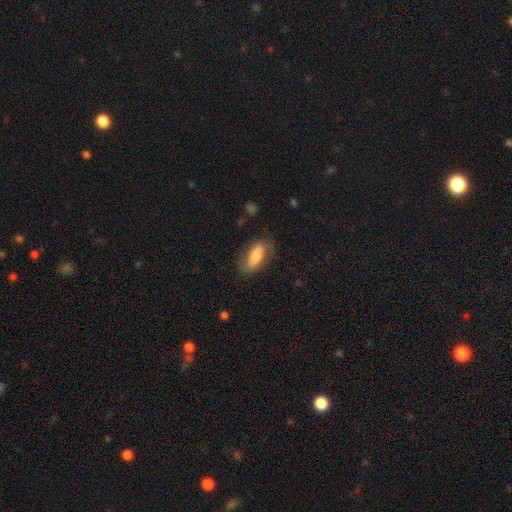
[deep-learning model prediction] Smooth or featured? Predicted: smooth (p=0.70). How rounded? Predicted: in between (p=0.77). Merging? Predicted: none (p=0.73).